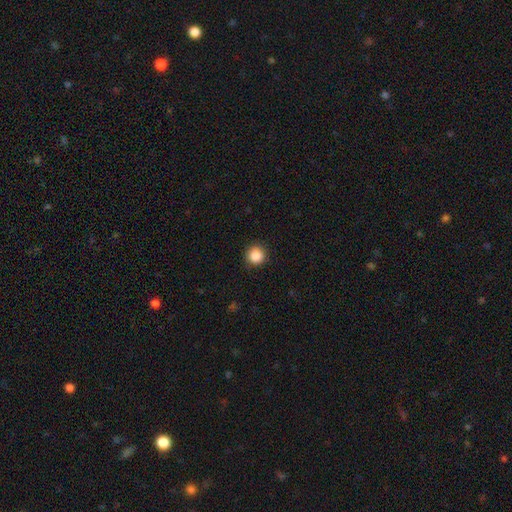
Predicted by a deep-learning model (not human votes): smooth-or-featured: smooth: 87% | star or artifact: 10% | featured or disk: 3%
  how-rounded: round: 94% | in between: 5% | cigar-shaped: 1%
  merging: none: 90% | minor disturbance: 7% | major disturbance: 2% | merger: 1%